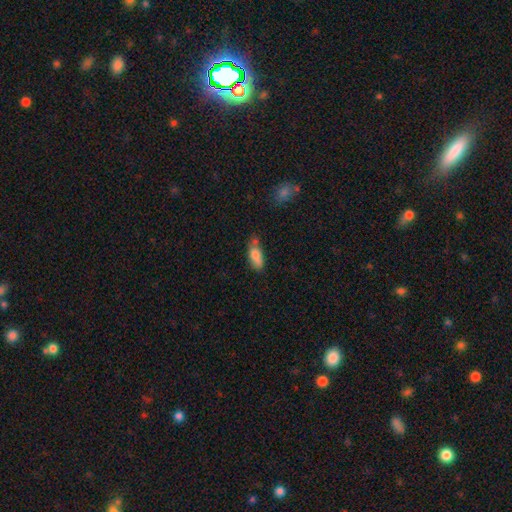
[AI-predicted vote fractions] Smooth or featured?
  - smooth: 79% *
  - featured or disk: 13%
  - star or artifact: 8%
How rounded?
  - in between: 74% *
  - cigar-shaped: 23%
  - round: 4%
Merging?
  - none: 50% *
  - minor disturbance: 28%
  - merger: 14%
  - major disturbance: 8%